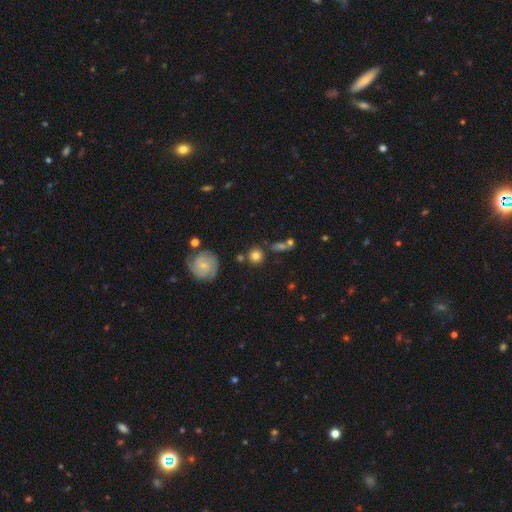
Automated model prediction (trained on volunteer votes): Smooth or featured? smooth (73%)
How rounded? round (92%)
Merging? none (79%)